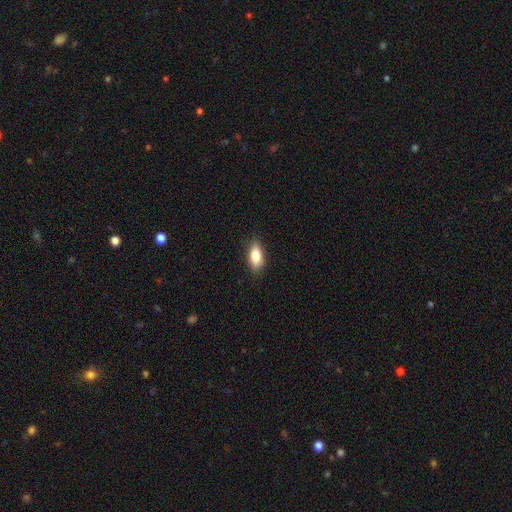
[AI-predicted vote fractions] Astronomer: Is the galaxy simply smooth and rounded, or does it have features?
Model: smooth — 80%.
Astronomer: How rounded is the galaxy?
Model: in between — 83%.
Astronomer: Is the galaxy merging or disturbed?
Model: none — 87%.